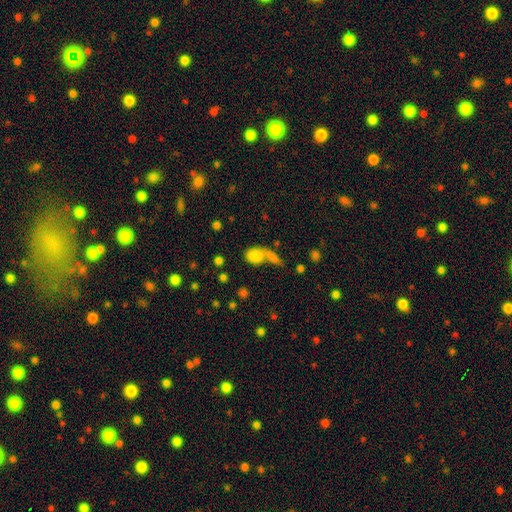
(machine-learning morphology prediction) smooth-or-featured: smooth: 75% | featured or disk: 13% | star or artifact: 13%
  how-rounded: in between: 65% | round: 30% | cigar-shaped: 5%
  merging: merger: 49% | none: 29% | major disturbance: 12% | minor disturbance: 10%